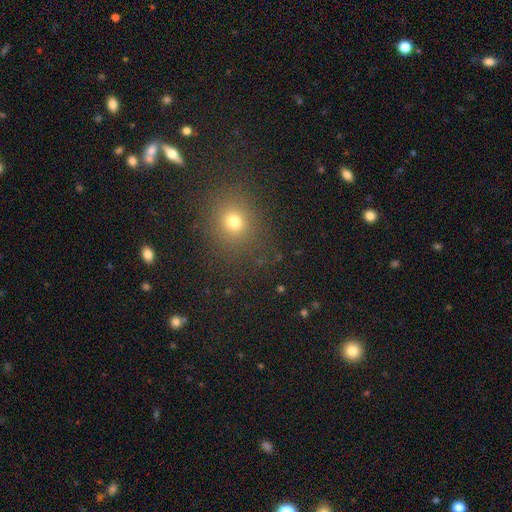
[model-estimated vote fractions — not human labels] smooth-or-featured: smooth: 59% | star or artifact: 34% | featured or disk: 7%
  how-rounded: round: 81% | in between: 18% | cigar-shaped: 1%
  merging: none: 87% | minor disturbance: 8% | major disturbance: 3% | merger: 2%